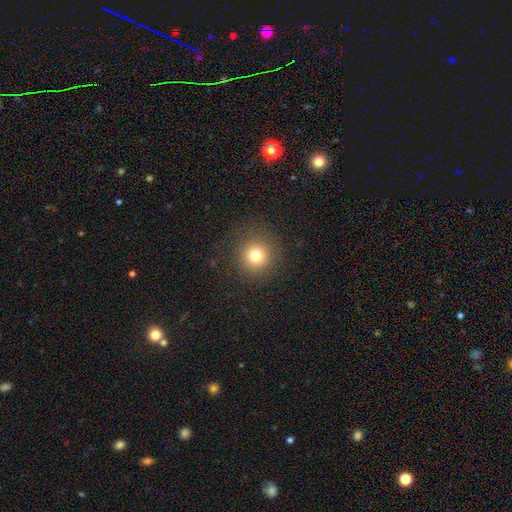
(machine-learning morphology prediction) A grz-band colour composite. It shows a smooth galaxy with no disk features (77%) that is round (94%). Merging: none (89%).